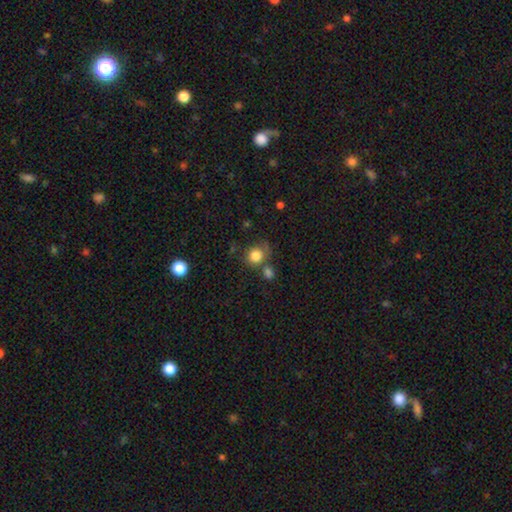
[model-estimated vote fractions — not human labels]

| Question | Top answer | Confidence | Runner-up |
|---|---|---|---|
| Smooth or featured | smooth | 82% | star or artifact (10%) |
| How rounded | round | 83% | in between (16%) |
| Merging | none | 58% | merger (18%) |